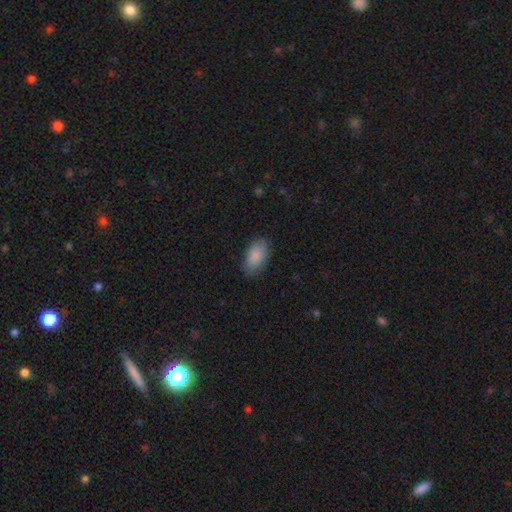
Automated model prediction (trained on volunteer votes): Overall: smooth (88%). How rounded: in between (94%). Merging: none (83%).